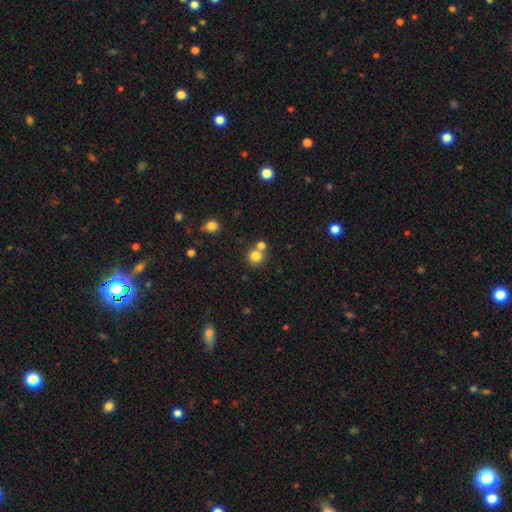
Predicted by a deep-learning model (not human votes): Smooth or featured: smooth — 80% (star or artifact — 12%)
How rounded: round — 89% (in between — 10%)
Merging: none — 61% (merger — 29%)